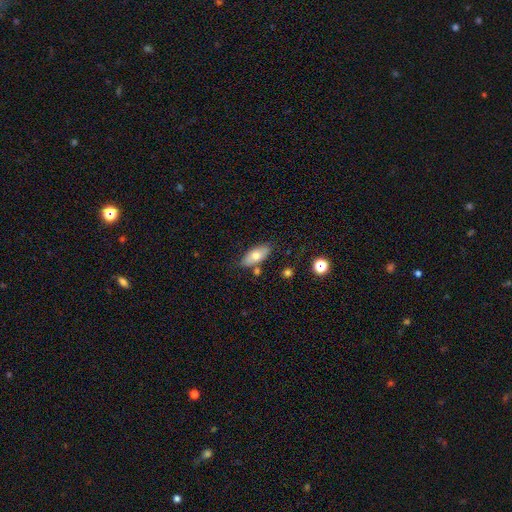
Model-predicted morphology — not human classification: A smooth galaxy with no disk features (69%) that is in between round and cigar-shaped (85%).

Vote fractions:
- Smooth or featured? smooth: 69% / featured or disk: 24% / star or artifact: 7%
- How rounded? in between: 85% / cigar-shaped: 11% / round: 3%
- Merging? none: 77% / minor disturbance: 14% / merger: 6% / major disturbance: 3%